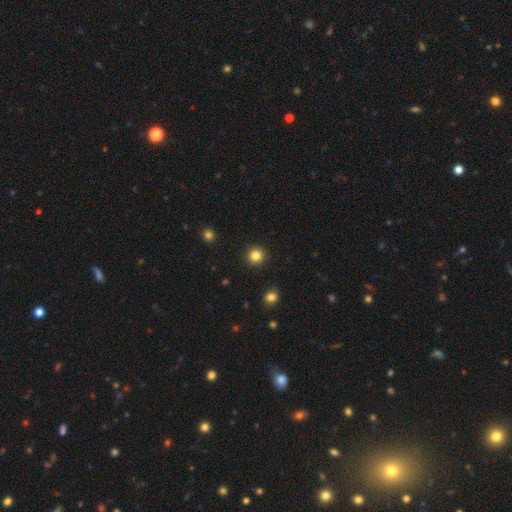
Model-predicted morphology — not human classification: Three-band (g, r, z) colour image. It shows a smooth galaxy with no disk features (83%) that is round (94%). Merging: none (92%).